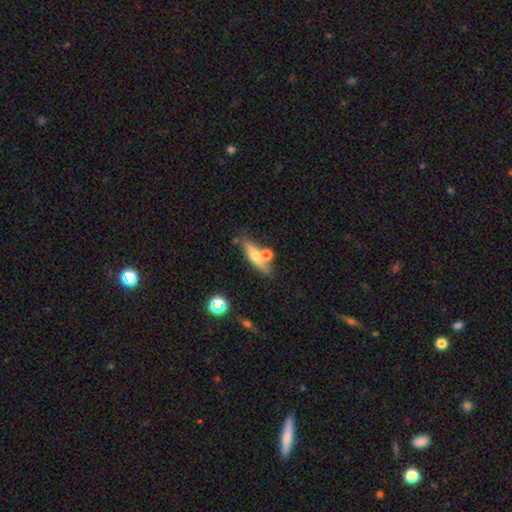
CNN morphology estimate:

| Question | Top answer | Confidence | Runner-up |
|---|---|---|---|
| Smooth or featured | smooth | 58% | featured or disk (33%) |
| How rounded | cigar-shaped | 52% | in between (42%) |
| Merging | none | 59% | merger (22%) |